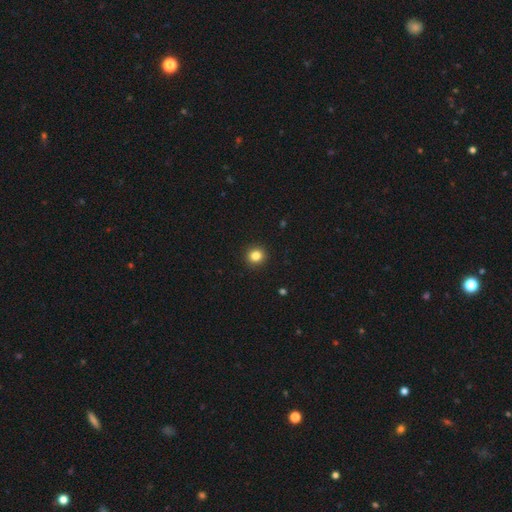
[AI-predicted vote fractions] Smooth or featured?
  - smooth: 83% *
  - star or artifact: 12%
  - featured or disk: 5%
How rounded?
  - round: 92% *
  - in between: 7%
  - cigar-shaped: 1%
Merging?
  - none: 93% *
  - minor disturbance: 4%
  - major disturbance: 2%
  - merger: 1%